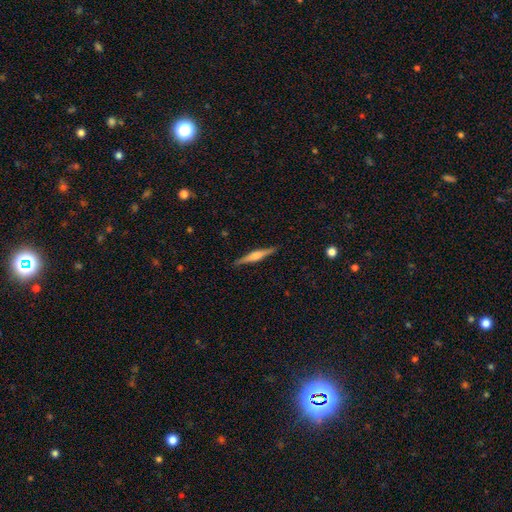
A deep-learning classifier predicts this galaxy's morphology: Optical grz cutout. It shows a featured or disk galaxy (66%) viewed edge-on (98%) with a rounded central bulge (68%). Merging: none (90%).